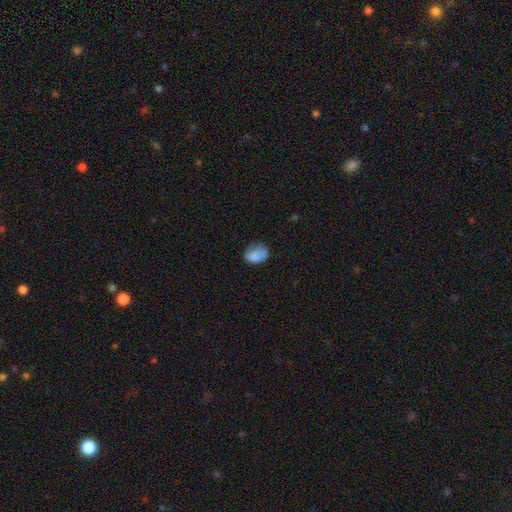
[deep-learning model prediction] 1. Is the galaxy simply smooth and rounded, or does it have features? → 75% smooth, 16% featured or disk, 9% star or artifact.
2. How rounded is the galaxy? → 66% in between, 33% round, 1% cigar-shaped.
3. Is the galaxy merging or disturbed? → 49% none, 32% minor disturbance, 14% major disturbance, 5% merger.